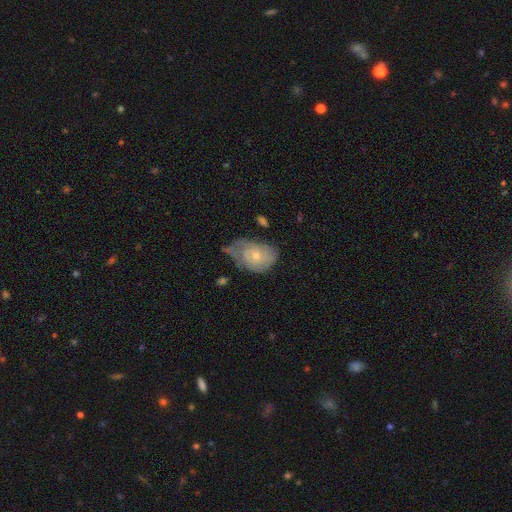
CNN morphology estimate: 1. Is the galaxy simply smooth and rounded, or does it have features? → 51% featured or disk, 42% smooth, 7% star or artifact.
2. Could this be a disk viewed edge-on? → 96% no, 4% yes.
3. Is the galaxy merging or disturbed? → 38% minor disturbance, 29% none, 28% major disturbance, 5% merger.